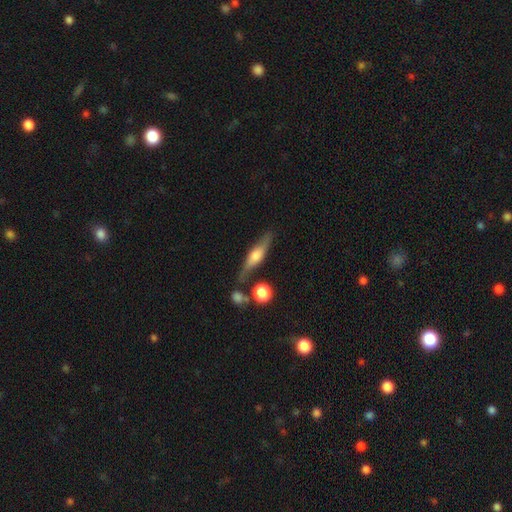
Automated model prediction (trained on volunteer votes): Smooth or featured?
  - featured or disk: 62% *
  - smooth: 31%
  - star or artifact: 6%
Edge-on disk?
  - yes: 90% *
  - no: 10%
Edge-on bulge?
  - rounded: 86% *
  - boxy: 9%
  - none: 4%
Merging?
  - none: 73% *
  - minor disturbance: 15%
  - merger: 7%
  - major disturbance: 5%